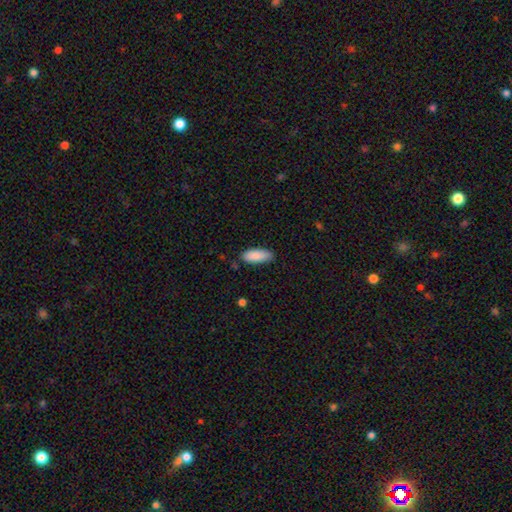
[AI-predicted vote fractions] smooth_or_featured: smooth (p=0.88) [alt: featured or disk p=0.06]
how_rounded: in between (p=0.78) [alt: cigar-shaped p=0.21]
merging: none (p=0.81) [alt: minor disturbance p=0.15]